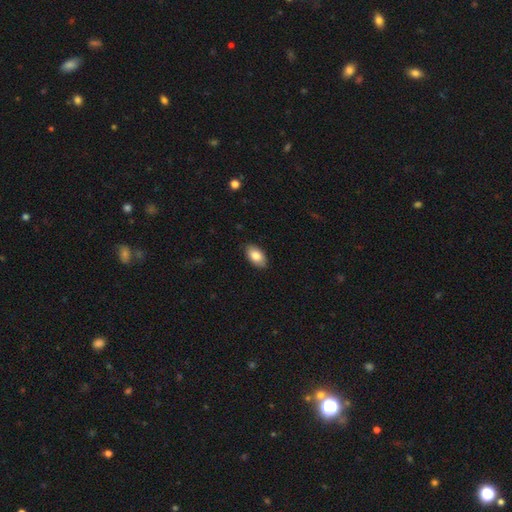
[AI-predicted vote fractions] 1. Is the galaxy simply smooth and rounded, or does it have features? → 83% smooth, 10% featured or disk, 7% star or artifact.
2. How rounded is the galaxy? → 94% in between, 4% round, 2% cigar-shaped.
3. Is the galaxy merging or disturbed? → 87% none, 10% minor disturbance, 2% major disturbance, 1% merger.